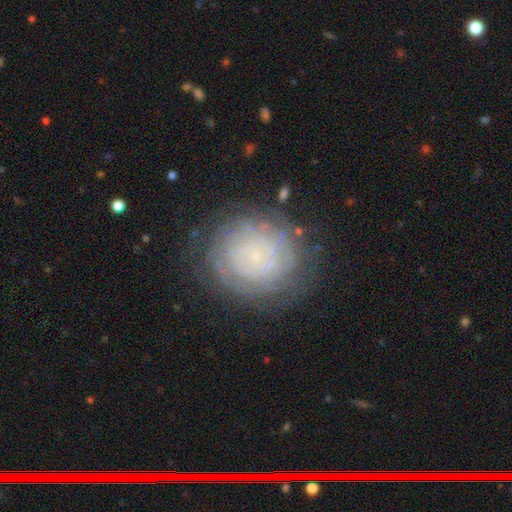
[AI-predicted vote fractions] Smooth or featured? featured or disk (63%)
Edge-on disk? no (97%)
Bar? no (83%)
Spiral arms? yes (82%)
Spiral winding? tight (84%)
Spiral arm count? can't tell (53%)
Bulge size? small (83%)
Merging? none (79%)